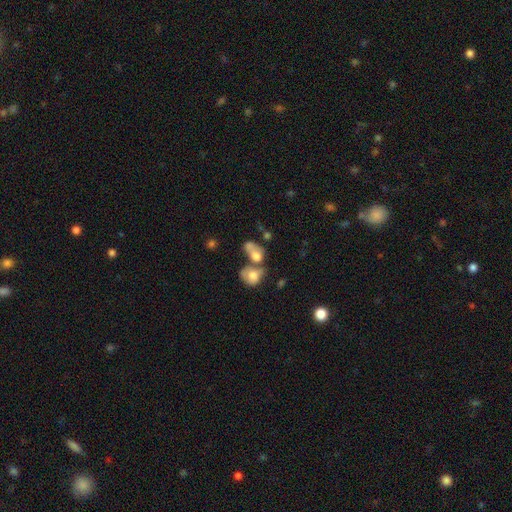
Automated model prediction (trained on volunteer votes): Smooth or featured? smooth (66%)
How rounded? in between (60%)
Merging? merger (62%)